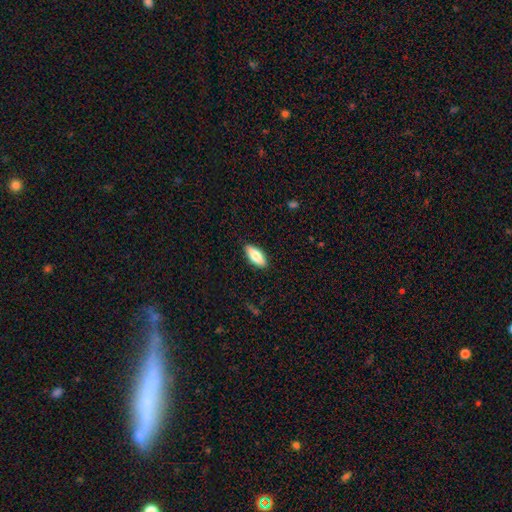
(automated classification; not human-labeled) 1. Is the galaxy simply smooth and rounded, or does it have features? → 81% smooth, 13% featured or disk, 6% star or artifact.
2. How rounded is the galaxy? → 83% in between, 15% cigar-shaped, 2% round.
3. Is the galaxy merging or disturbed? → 89% none, 8% minor disturbance, 2% major disturbance, 1% merger.